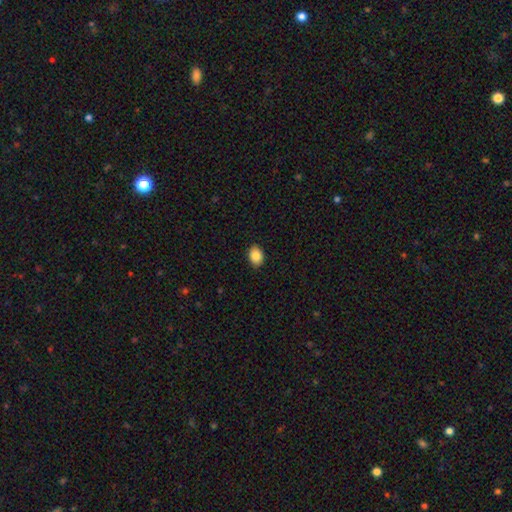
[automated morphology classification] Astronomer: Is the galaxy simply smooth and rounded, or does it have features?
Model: smooth — 85%.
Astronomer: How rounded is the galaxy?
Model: in between — 73%.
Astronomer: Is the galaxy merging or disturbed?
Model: none — 90%.